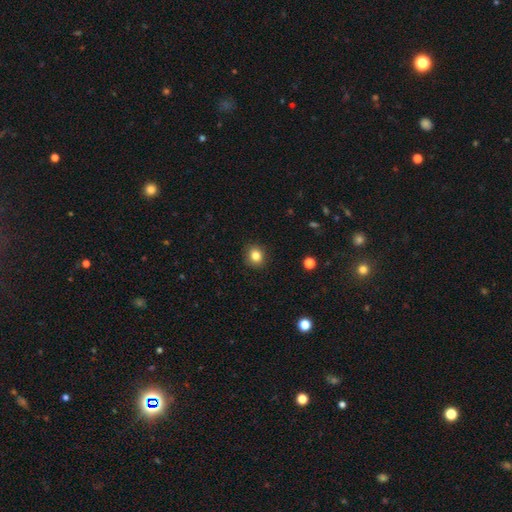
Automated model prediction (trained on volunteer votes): A smooth galaxy with no disk features (83%) that is round (83%).

Vote fractions:
- Smooth or featured? smooth: 83% / star or artifact: 11% / featured or disk: 5%
- How rounded? round: 83% / in between: 16% / cigar-shaped: 1%
- Merging? none: 90% / minor disturbance: 7% / major disturbance: 2% / merger: 1%